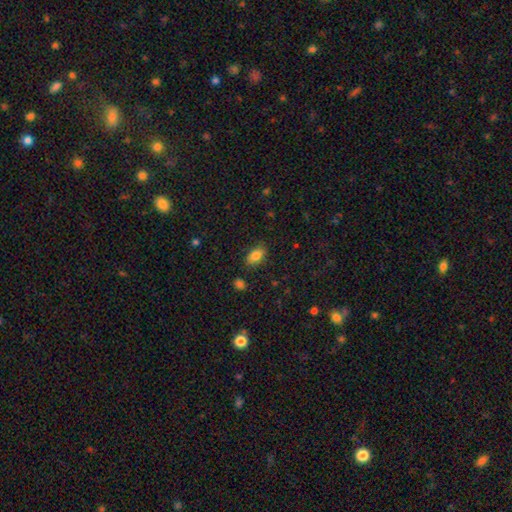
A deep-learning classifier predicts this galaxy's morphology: Smooth or featured? Predicted: smooth (p=0.82). How rounded? Predicted: in between (p=0.89). Merging? Predicted: none (p=0.83).